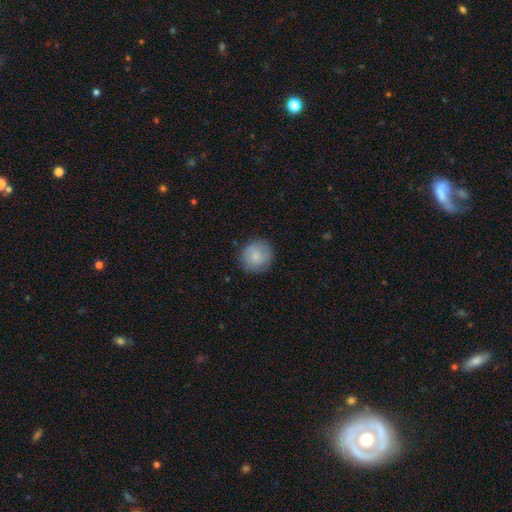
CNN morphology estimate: smooth-or-featured: smooth: 82% | featured or disk: 11% | star or artifact: 7%
  how-rounded: round: 92% | in between: 7% | cigar-shaped: 1%
  merging: none: 84% | minor disturbance: 12% | major disturbance: 3% | merger: 1%